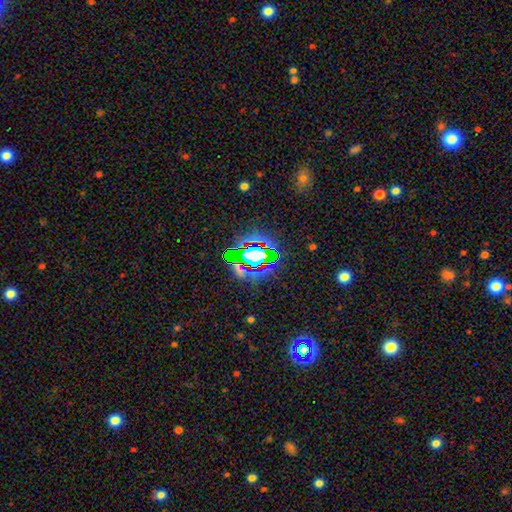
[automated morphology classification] smooth_or_featured: star or artifact (p=0.69) [alt: smooth p=0.17]